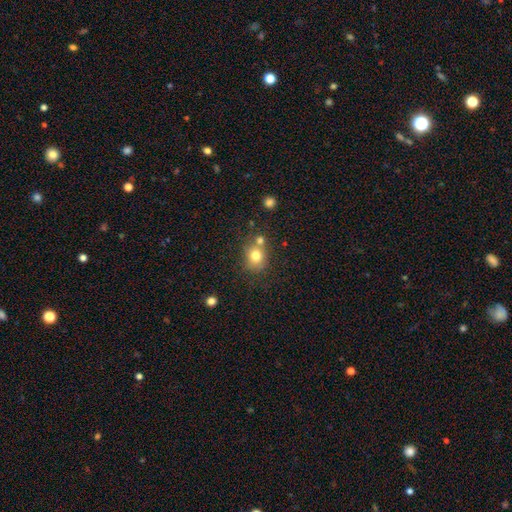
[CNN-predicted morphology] A smooth galaxy with no disk features (77%) that is round (70%). Merging: none (59%).